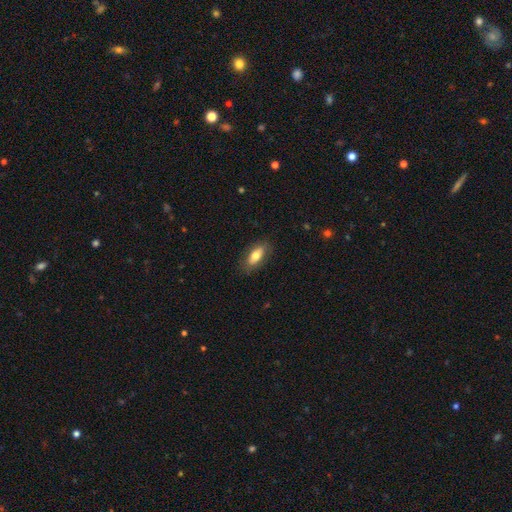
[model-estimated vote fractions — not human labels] smooth_or_featured: smooth (p=0.73) [alt: featured or disk p=0.20]
how_rounded: in between (p=0.77) [alt: cigar-shaped p=0.20]
merging: none (p=0.83) [alt: minor disturbance p=0.13]